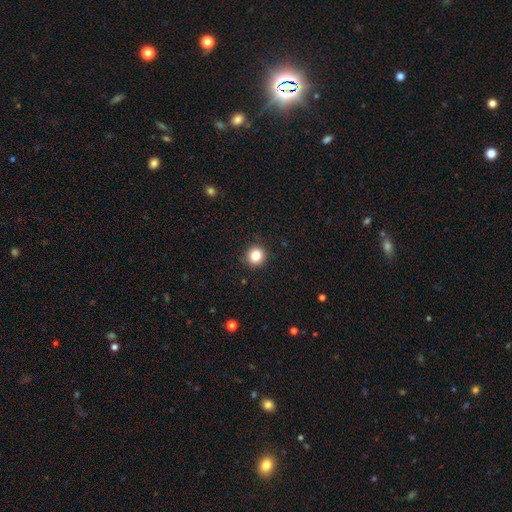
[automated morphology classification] Q: Smooth or featured?
A: smooth (83%); runner-up: star or artifact (11%)
Q: How rounded?
A: round (92%); runner-up: in between (7%)
Q: Merging?
A: none (91%); runner-up: minor disturbance (6%)